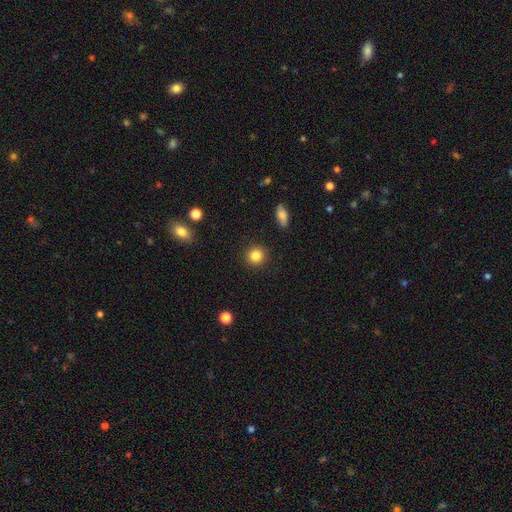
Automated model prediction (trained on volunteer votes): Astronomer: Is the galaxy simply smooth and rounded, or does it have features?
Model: smooth — 85%.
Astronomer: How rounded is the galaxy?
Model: round — 91%.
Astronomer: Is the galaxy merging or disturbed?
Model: none — 91%.